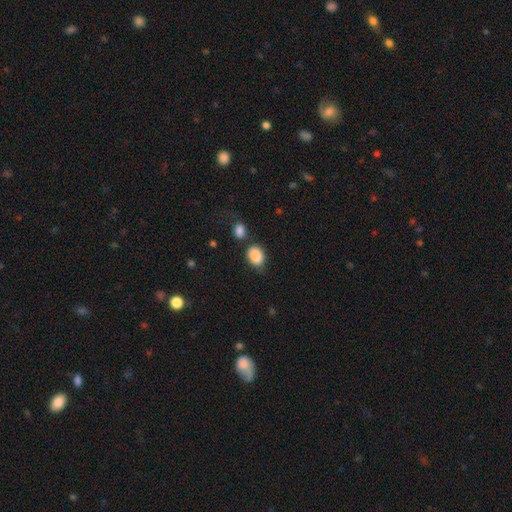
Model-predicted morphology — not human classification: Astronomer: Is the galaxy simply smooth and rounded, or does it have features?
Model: smooth — 88%.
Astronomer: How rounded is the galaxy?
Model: in between — 73%.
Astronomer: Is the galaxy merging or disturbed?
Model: none — 58%.